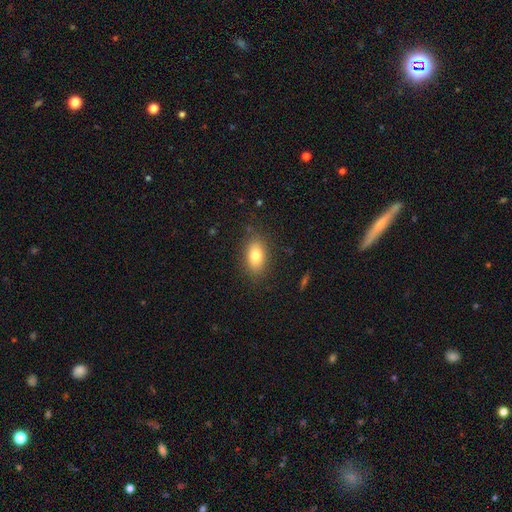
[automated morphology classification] smooth_or_featured: smooth (p=0.79) [alt: featured or disk p=0.13]
how_rounded: in between (p=0.88) [alt: round p=0.09]
merging: none (p=0.85) [alt: minor disturbance p=0.11]